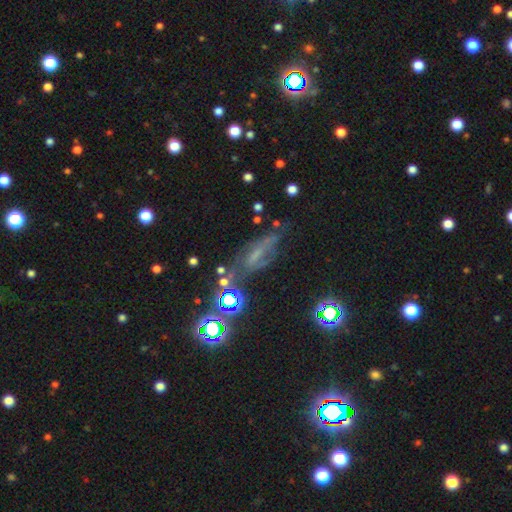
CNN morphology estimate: Smooth or featured: featured or disk — 44% (star or artifact — 32%)
Merging: none — 56% (minor disturbance — 22%)